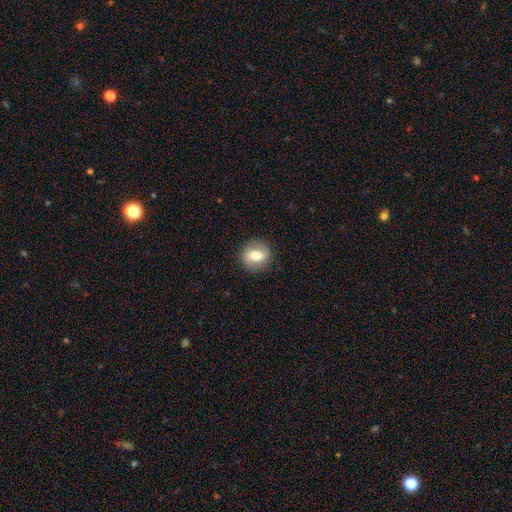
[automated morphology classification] A smooth galaxy with no disk features (64%) that is round (76%).

Vote fractions:
- Smooth or featured? smooth: 64% / featured or disk: 27% / star or artifact: 9%
- How rounded? round: 76% / in between: 23% / cigar-shaped: 1%
- Merging? none: 87% / minor disturbance: 9% / major disturbance: 3% / merger: 1%